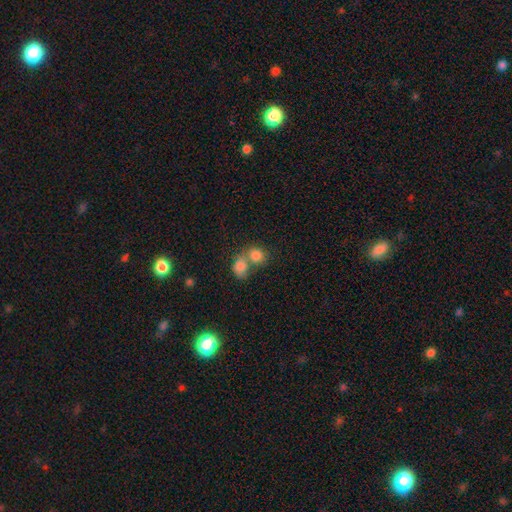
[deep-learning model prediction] smooth 82%, star or artifact 10%, featured or disk 8%. Down the decision tree: how rounded — round (68%); merging — merger (57%).